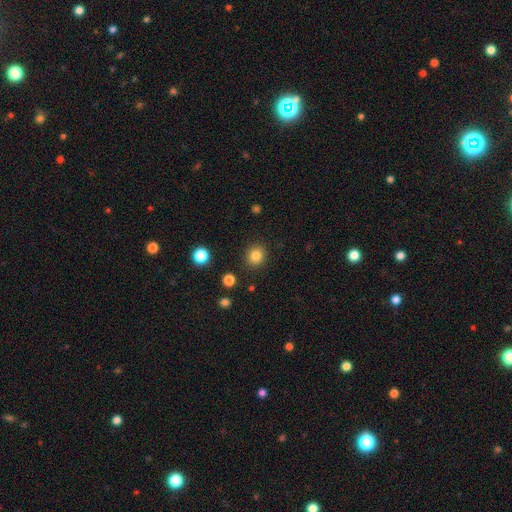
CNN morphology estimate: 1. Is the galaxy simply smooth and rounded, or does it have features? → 83% smooth, 12% star or artifact, 5% featured or disk.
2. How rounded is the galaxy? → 85% round, 14% in between, 1% cigar-shaped.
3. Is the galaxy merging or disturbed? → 90% none, 6% minor disturbance, 2% major disturbance, 2% merger.